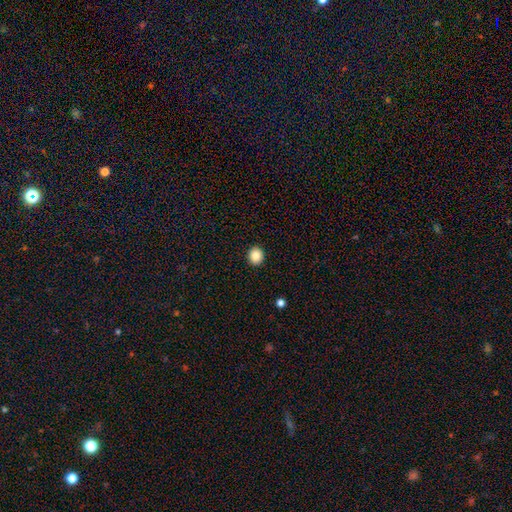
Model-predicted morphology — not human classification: Smooth or featured? Predicted: smooth (p=0.85). How rounded? Predicted: round (p=0.85). Merging? Predicted: none (p=0.93).